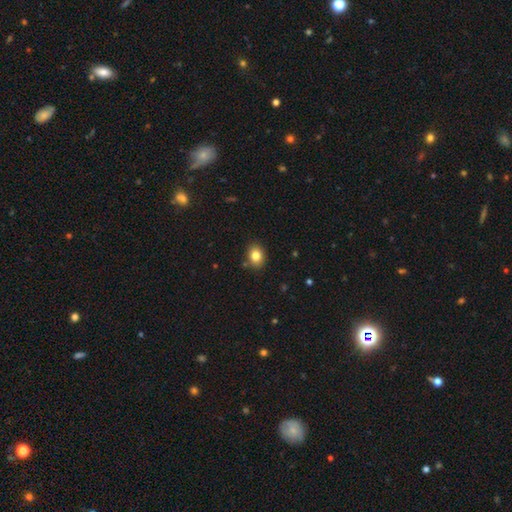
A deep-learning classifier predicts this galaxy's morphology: Smooth or featured?
  - smooth: 82% *
  - star or artifact: 10%
  - featured or disk: 8%
How rounded?
  - in between: 55% *
  - round: 44%
  - cigar-shaped: 1%
Merging?
  - none: 85% *
  - minor disturbance: 10%
  - merger: 3%
  - major disturbance: 2%